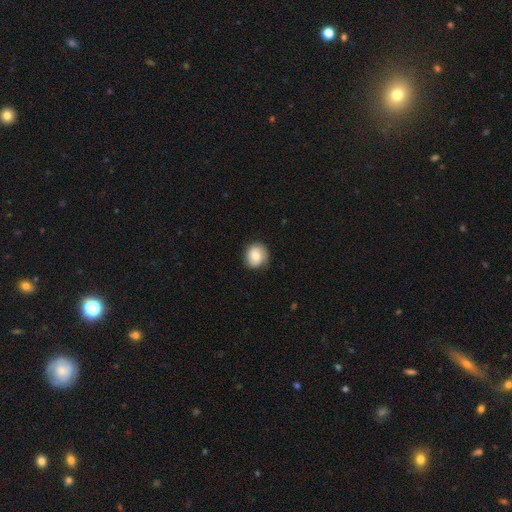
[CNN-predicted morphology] This is likely a smooth galaxy (72%). How rounded: clearly round (82%). Merging: clearly none (82%).